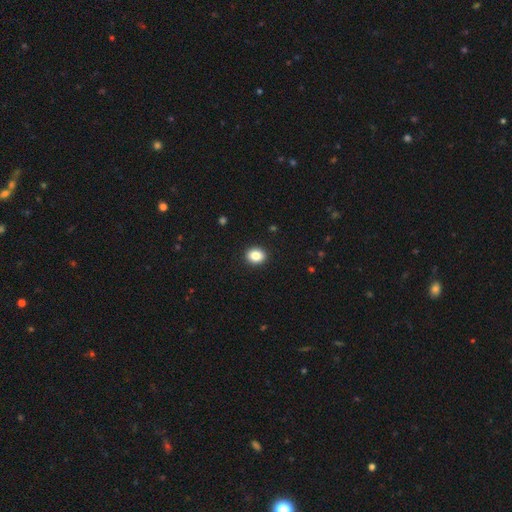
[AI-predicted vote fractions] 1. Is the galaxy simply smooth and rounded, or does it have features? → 85% smooth, 9% star or artifact, 5% featured or disk.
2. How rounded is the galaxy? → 61% round, 38% in between, 1% cigar-shaped.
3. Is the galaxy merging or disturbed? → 92% none, 5% minor disturbance, 2% major disturbance, 1% merger.